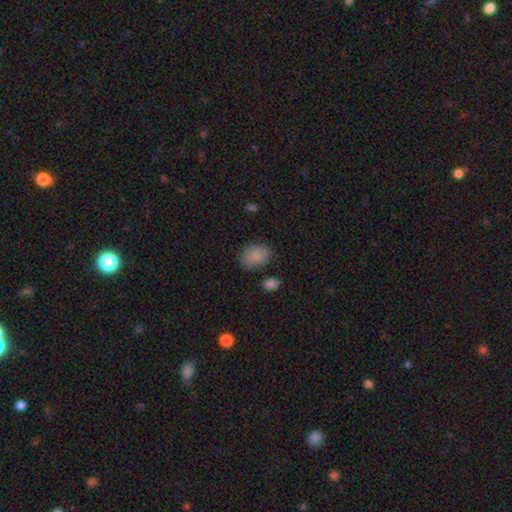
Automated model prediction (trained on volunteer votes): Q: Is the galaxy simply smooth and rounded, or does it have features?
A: smooth — 86%.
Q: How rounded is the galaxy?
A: in between — 74%.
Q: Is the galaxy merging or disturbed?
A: none — 75%.